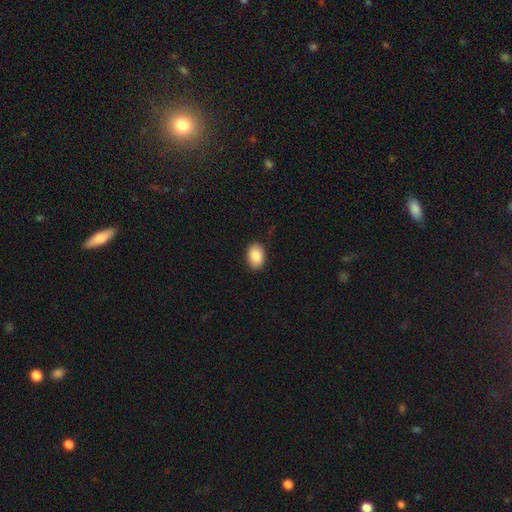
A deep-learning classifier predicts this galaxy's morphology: Smooth or featured? smooth (88%)
How rounded? in between (84%)
Merging? none (89%)